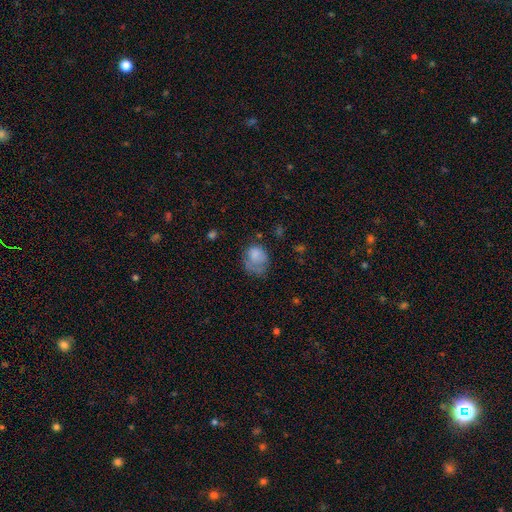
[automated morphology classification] Smooth or featured?
  - smooth: 69% *
  - featured or disk: 21%
  - star or artifact: 10%
How rounded?
  - round: 50% *
  - in between: 49%
  - cigar-shaped: 1%
Merging?
  - none: 37% *
  - major disturbance: 30%
  - minor disturbance: 29%
  - merger: 3%